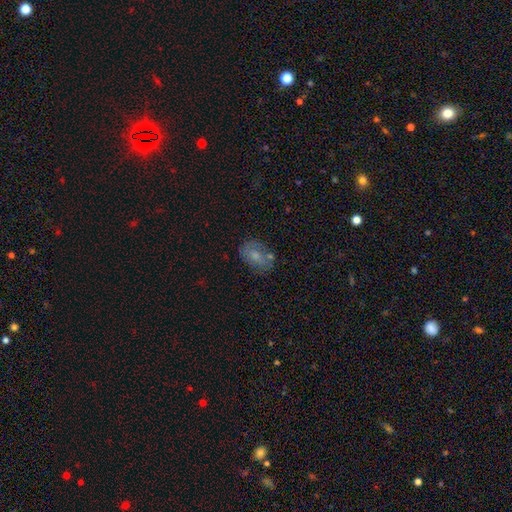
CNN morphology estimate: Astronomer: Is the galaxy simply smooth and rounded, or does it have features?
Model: smooth — 61%.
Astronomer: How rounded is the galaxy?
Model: in between — 78%.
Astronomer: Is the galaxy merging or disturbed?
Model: none — 62%.